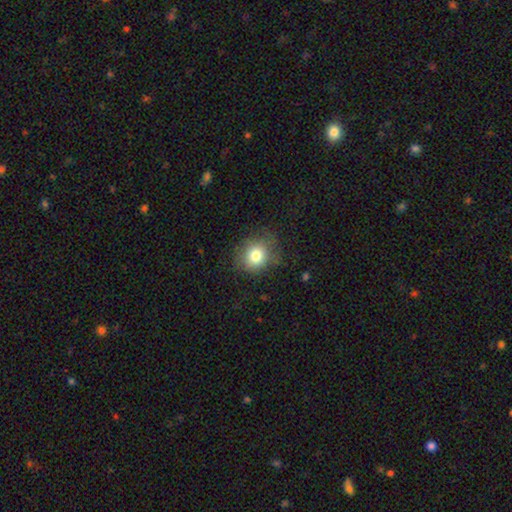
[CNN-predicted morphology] Smooth or featured? Predicted: smooth (p=0.79). How rounded? Predicted: round (p=0.76). Merging? Predicted: none (p=0.73).